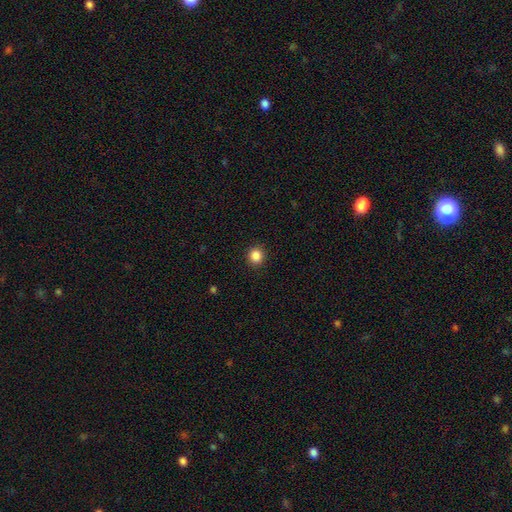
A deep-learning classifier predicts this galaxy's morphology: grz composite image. It shows a smooth galaxy with no disk features (86%) that is round (89%). Merging: none (92%).